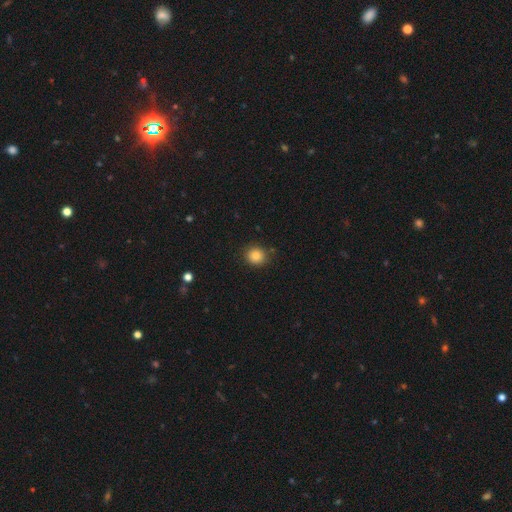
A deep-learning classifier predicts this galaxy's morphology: A smooth galaxy with no disk features (83%) that is round (86%). Merging: none (87%).